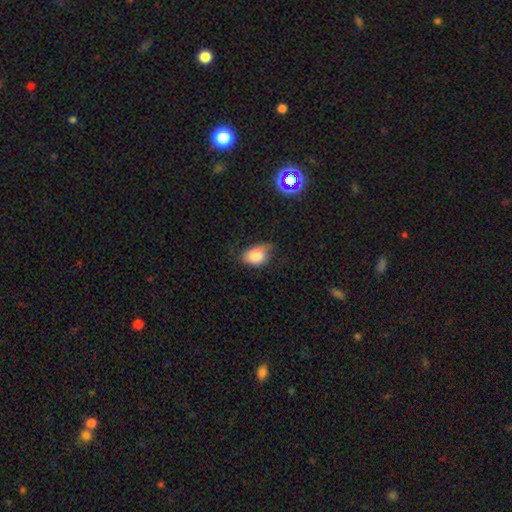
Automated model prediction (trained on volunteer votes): Smooth or featured?
  - smooth: 82% *
  - featured or disk: 9%
  - star or artifact: 9%
How rounded?
  - in between: 82% *
  - round: 16%
  - cigar-shaped: 1%
Merging?
  - none: 49% *
  - minor disturbance: 37%
  - major disturbance: 12%
  - merger: 2%